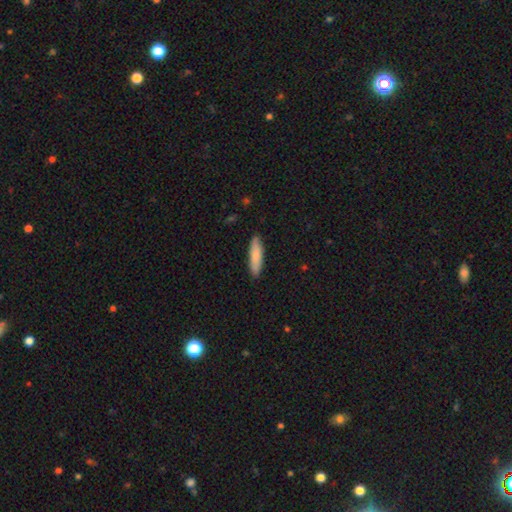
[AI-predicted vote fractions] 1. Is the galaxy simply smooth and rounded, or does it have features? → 83% smooth, 12% featured or disk, 5% star or artifact.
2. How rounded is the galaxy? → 67% cigar-shaped, 31% in between, 1% round.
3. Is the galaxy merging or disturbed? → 88% none, 10% minor disturbance, 2% major disturbance, 1% merger.